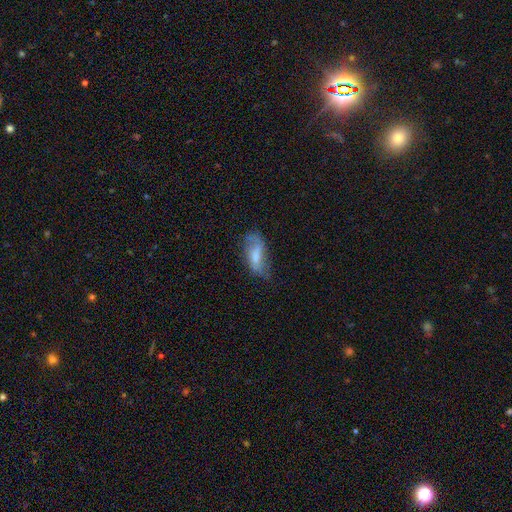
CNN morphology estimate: smooth 53%, featured or disk 39%, star or artifact 8%. Down the decision tree: how rounded — in between (83%); merging — none (43%).